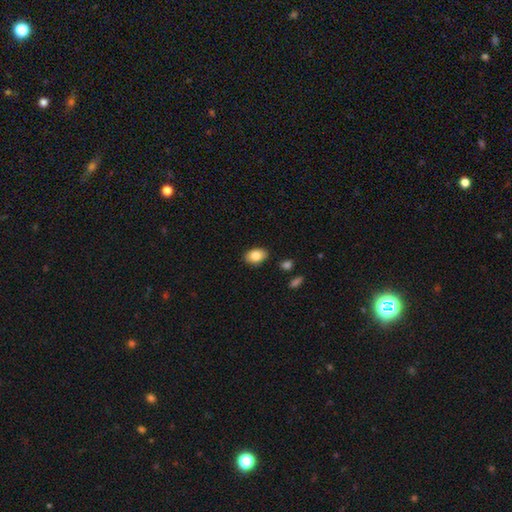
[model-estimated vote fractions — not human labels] The model was most divided on "how rounded": in between: 86%, round: 13%, cigar-shaped: 1%. More confident: merging — none (87%); smooth or featured — smooth (84%).